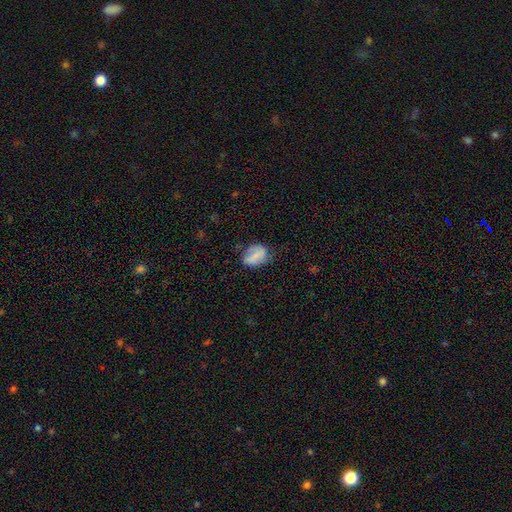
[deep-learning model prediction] This appears to be a smooth galaxy with no disk features (62%) that is in between round and cigar-shaped (69%). Merging: none (61%).